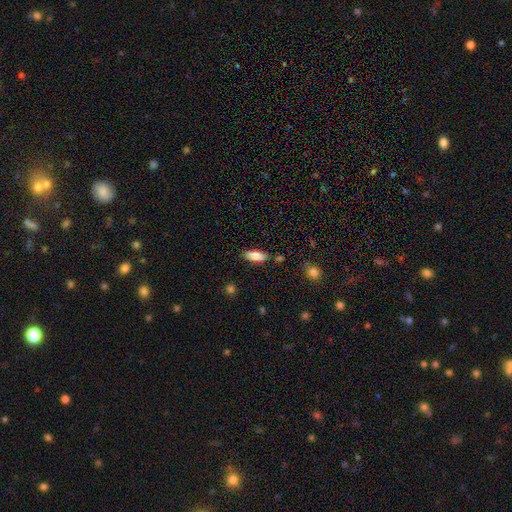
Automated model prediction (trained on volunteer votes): Smooth or featured: smooth — 84% (featured or disk — 9%)
How rounded: in between — 80% (cigar-shaped — 18%)
Merging: none — 81% (minor disturbance — 14%)